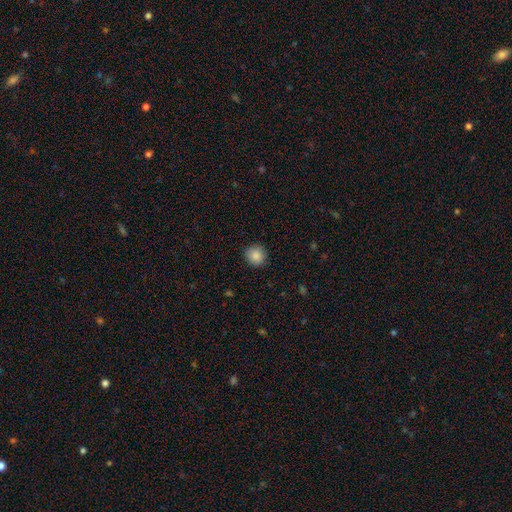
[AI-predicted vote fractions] A smooth galaxy with no disk features (87%) that is round (92%).

Vote fractions:
- Smooth or featured? smooth: 87% / star or artifact: 9% / featured or disk: 4%
- How rounded? round: 92% / in between: 7% / cigar-shaped: 1%
- Merging? none: 89% / minor disturbance: 8% / major disturbance: 2% / merger: 1%